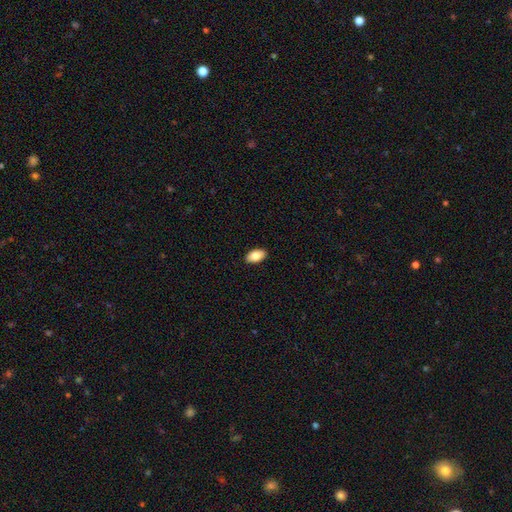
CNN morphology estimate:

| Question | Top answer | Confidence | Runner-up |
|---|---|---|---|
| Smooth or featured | smooth | 87% | star or artifact (7%) |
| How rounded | in between | 94% | round (4%) |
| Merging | none | 90% | minor disturbance (7%) |